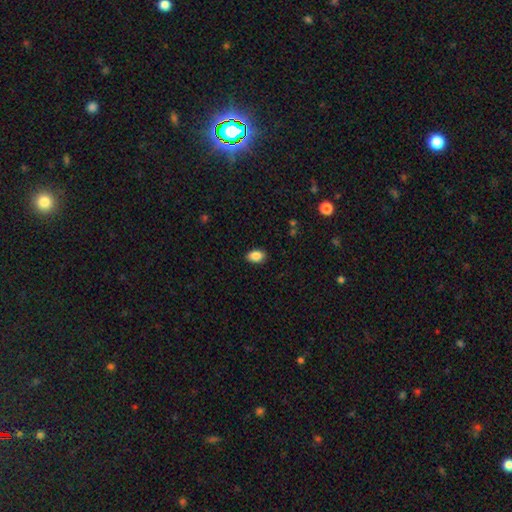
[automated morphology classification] Smooth or featured? smooth (87%)
How rounded? in between (87%)
Merging? none (88%)